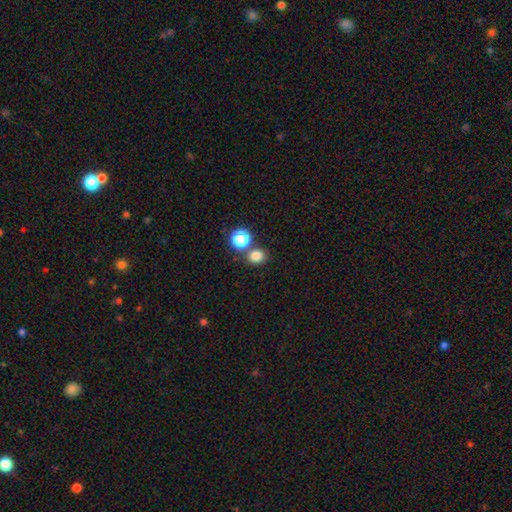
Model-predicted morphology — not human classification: smooth 79%, star or artifact 16%, featured or disk 5%. Down the decision tree: how rounded — round (77%); merging — none (71%).